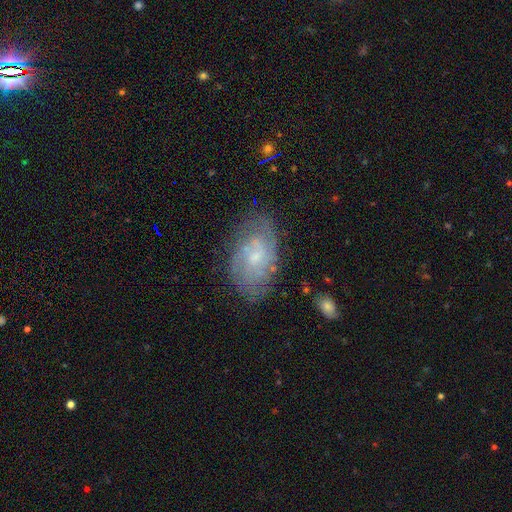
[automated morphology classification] Smooth or featured? Predicted: featured or disk (p=0.69). Edge-on disk? Predicted: no (p=0.96). Bar? Predicted: no (p=0.57). Spiral arms? Predicted: yes (p=0.85). Spiral winding? Predicted: tight (p=0.51). Spiral arm count? Predicted: can't tell (p=0.48). Bulge size? Predicted: small (p=0.62). Merging? Predicted: none (p=0.73).